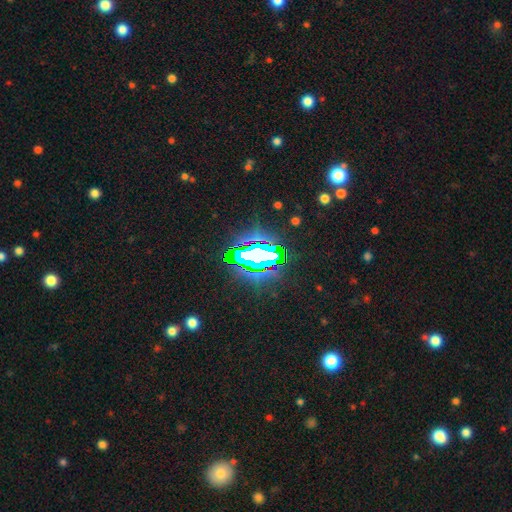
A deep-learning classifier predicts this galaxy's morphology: Q: Smooth or featured?
A: star or artifact (76%); runner-up: featured or disk (12%)